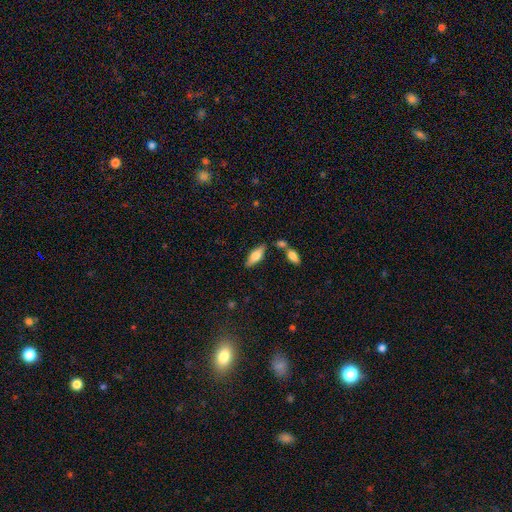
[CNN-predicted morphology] A smooth galaxy with no disk features (61%) that is in between round and cigar-shaped (62%). Merging: none (76%).